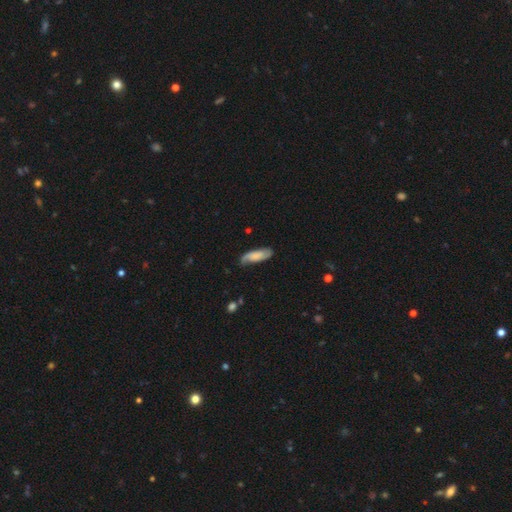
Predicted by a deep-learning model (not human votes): A smooth galaxy with no disk features (52%) that is in between round and cigar-shaped (62%). Merging: none (70%).